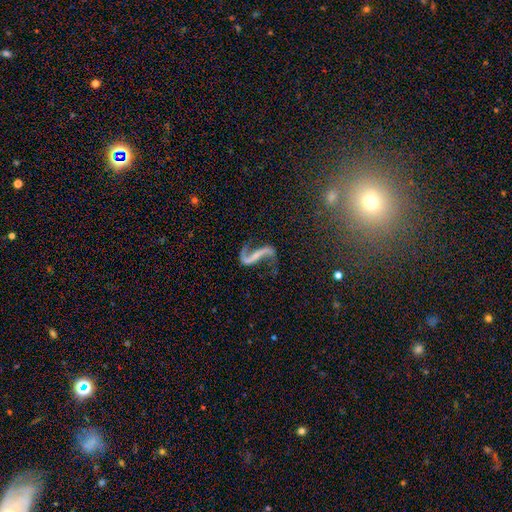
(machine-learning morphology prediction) Smooth or featured: featured or disk — 88% (star or artifact — 7%)
Edge-on disk: no — 95% (yes — 5%)
Bar: strong — 44% (no — 28%)
Spiral arms: yes — 95% (no — 5%)
Spiral winding: loose — 89% (medium — 8%)
Spiral arm count: 2 — 90% (1 — 5%)
Bulge size: none — 51% (small — 38%)
Merging: none — 62% (major disturbance — 17%)